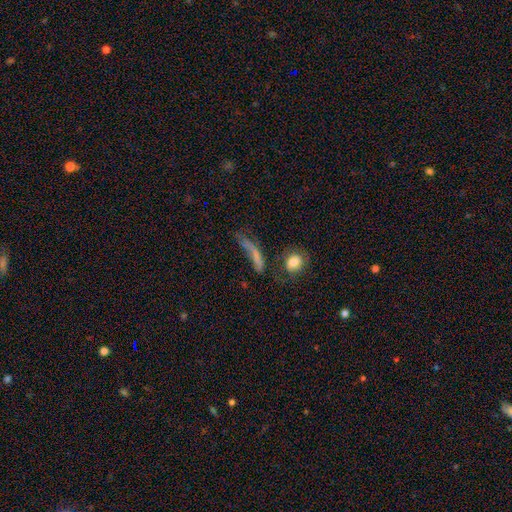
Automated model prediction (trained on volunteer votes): Q: Smooth or featured?
A: smooth (57%); runner-up: featured or disk (28%)
Q: How rounded?
A: cigar-shaped (67%); runner-up: in between (24%)
Q: Merging?
A: none (35%); runner-up: major disturbance (32%)